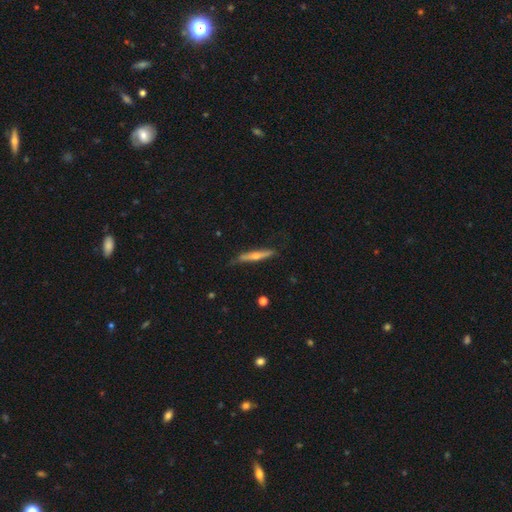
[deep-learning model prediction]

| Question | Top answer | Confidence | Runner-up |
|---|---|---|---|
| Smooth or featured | featured or disk | 64% | smooth (30%) |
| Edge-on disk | yes | 96% | no (4%) |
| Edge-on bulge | rounded | 87% | none (10%) |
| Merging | none | 82% | minor disturbance (14%) |